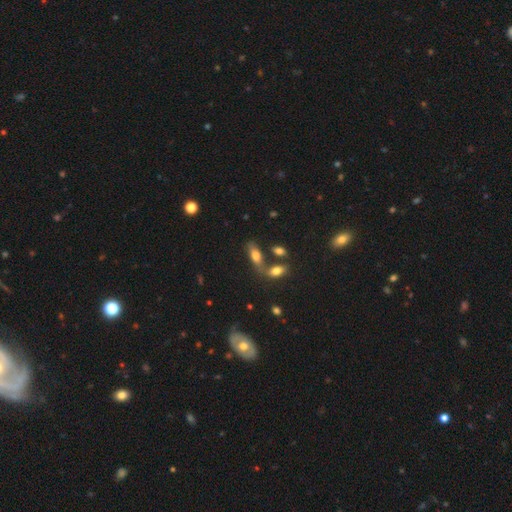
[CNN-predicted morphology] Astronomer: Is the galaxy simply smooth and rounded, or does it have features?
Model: smooth — 67%.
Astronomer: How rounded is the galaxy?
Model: in between — 74%.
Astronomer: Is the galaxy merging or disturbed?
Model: none — 50% (runner-up: merger, 32%).